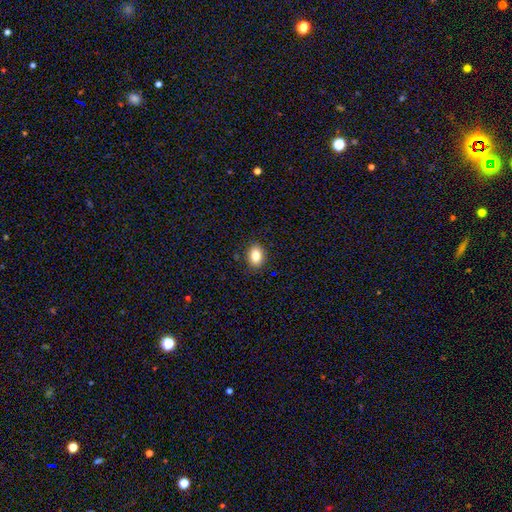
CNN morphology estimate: The model was most divided on "how rounded": in between: 72%, round: 27%, cigar-shaped: 1%. More confident: merging — none (88%); smooth or featured — smooth (83%).